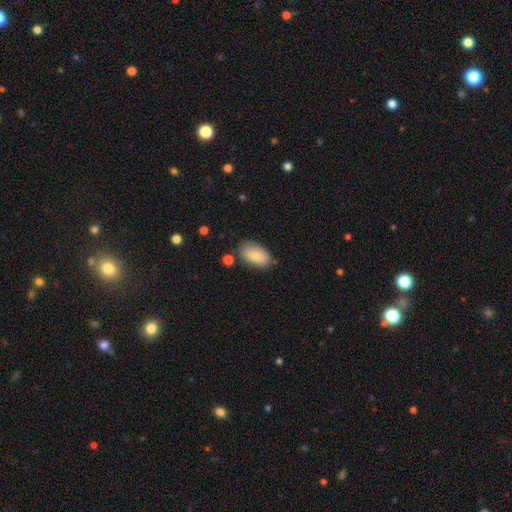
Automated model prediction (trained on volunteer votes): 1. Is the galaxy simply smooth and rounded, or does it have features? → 82% smooth, 12% featured or disk, 7% star or artifact.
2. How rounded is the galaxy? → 94% in between, 4% round, 2% cigar-shaped.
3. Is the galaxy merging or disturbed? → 73% none, 18% minor disturbance, 5% merger, 4% major disturbance.